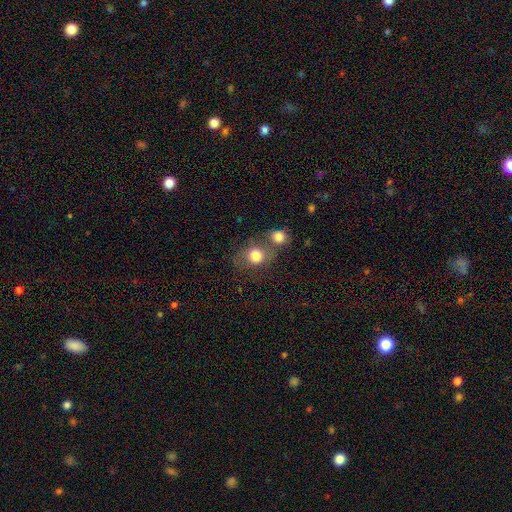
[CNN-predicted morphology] A smooth galaxy with no disk features (78%) that is round (67%).

Vote fractions:
- Smooth or featured? smooth: 78% / featured or disk: 13% / star or artifact: 9%
- How rounded? round: 67% / in between: 31% / cigar-shaped: 1%
- Merging? none: 46% / merger: 35% / minor disturbance: 12% / major disturbance: 6%